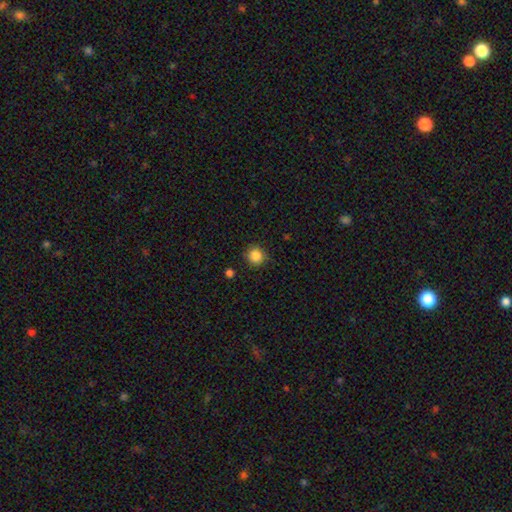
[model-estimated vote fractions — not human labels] smooth 85%, star or artifact 11%, featured or disk 4%. Down the decision tree: how rounded — round (91%); merging — none (85%).